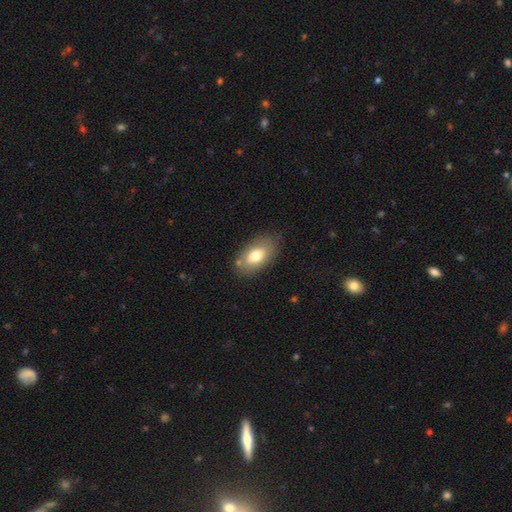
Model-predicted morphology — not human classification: Smooth or featured: smooth — 73% (featured or disk — 20%)
How rounded: in between — 92% (round — 6%)
Merging: none — 79% (minor disturbance — 14%)